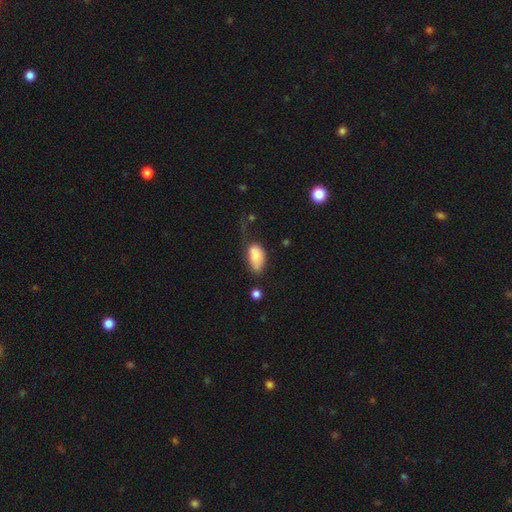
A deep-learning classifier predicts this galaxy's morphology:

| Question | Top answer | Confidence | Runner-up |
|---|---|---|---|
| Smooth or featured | smooth | 80% | featured or disk (13%) |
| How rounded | in between | 93% | round (4%) |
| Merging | minor disturbance | 33% | major disturbance (31%) |